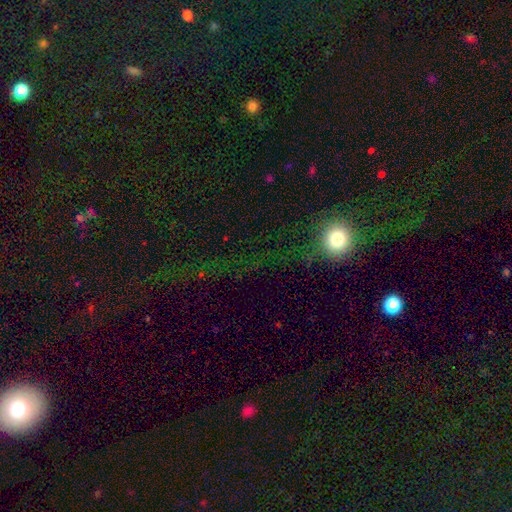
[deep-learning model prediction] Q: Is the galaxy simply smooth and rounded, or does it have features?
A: smooth — 47%.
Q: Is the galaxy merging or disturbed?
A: none — 74%.